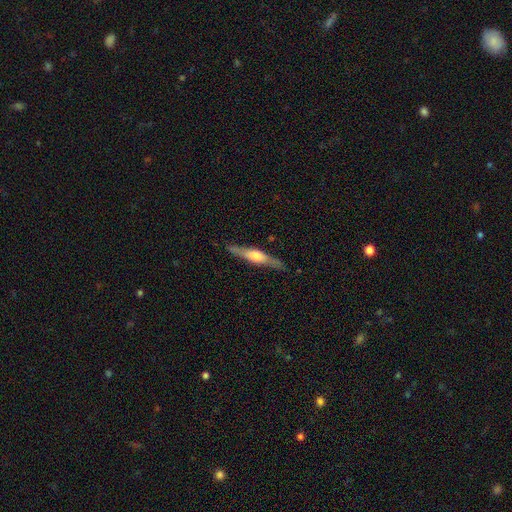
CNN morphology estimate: This is likely a featured or disk galaxy (68%). It is clearly viewed edge-on (96%). Edge-on bulge: clearly rounded (82%). Merging: clearly none (87%).